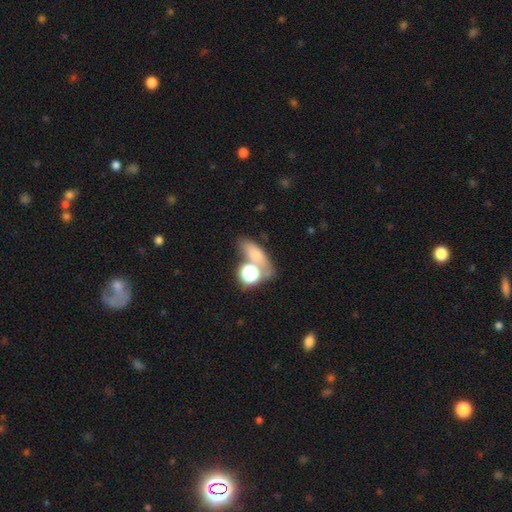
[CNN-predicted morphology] Smooth or featured?
  - smooth: 66% *
  - star or artifact: 18%
  - featured or disk: 16%
How rounded?
  - in between: 56% *
  - round: 26%
  - cigar-shaped: 19%
Merging?
  - none: 51% *
  - merger: 27%
  - minor disturbance: 14%
  - major disturbance: 9%